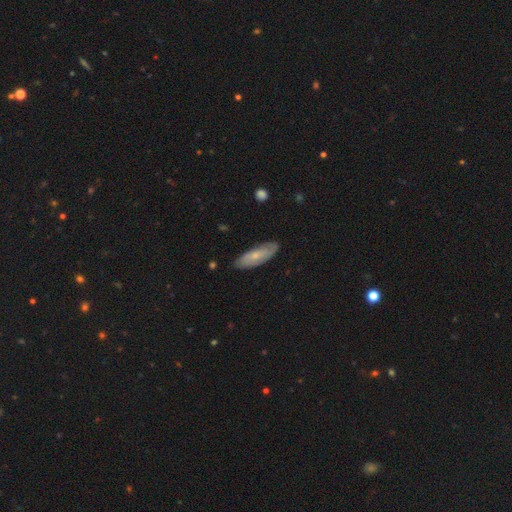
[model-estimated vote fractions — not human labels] Smooth or featured: smooth — 55% (featured or disk — 39%)
How rounded: in between — 61% (cigar-shaped — 37%)
Merging: none — 81% (minor disturbance — 15%)